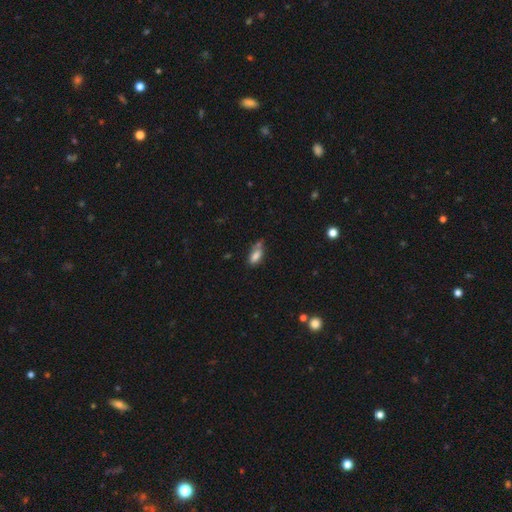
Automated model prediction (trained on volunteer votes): smooth 79%, featured or disk 11%, star or artifact 10%. Down the decision tree: how rounded — in between (81%); merging — none (47%).